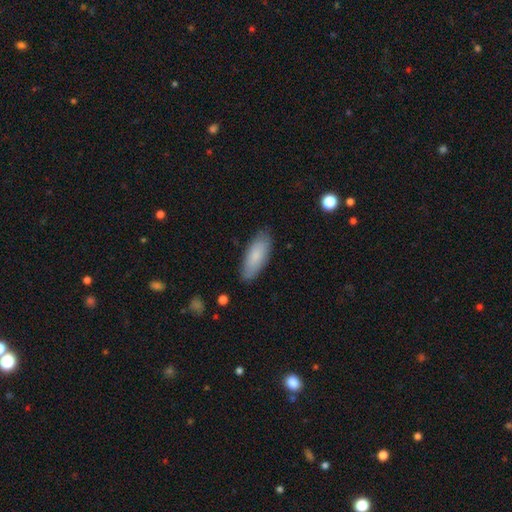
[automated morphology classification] type=smooth (82%); roundness=in between (71%); merging=none (84%).